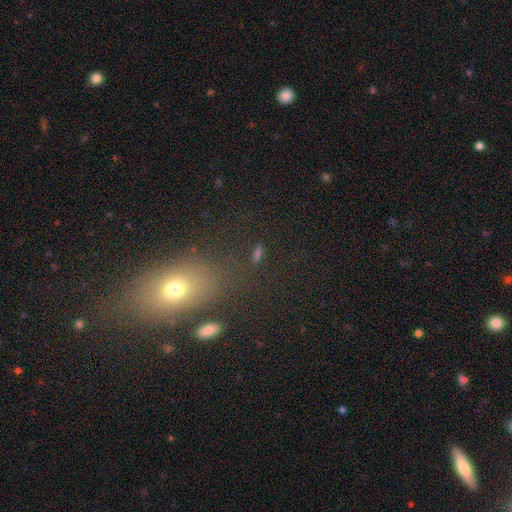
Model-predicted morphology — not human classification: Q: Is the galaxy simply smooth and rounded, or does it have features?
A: smooth — 54%.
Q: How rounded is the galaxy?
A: in between — 61%.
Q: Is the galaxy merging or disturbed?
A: none — 68%.